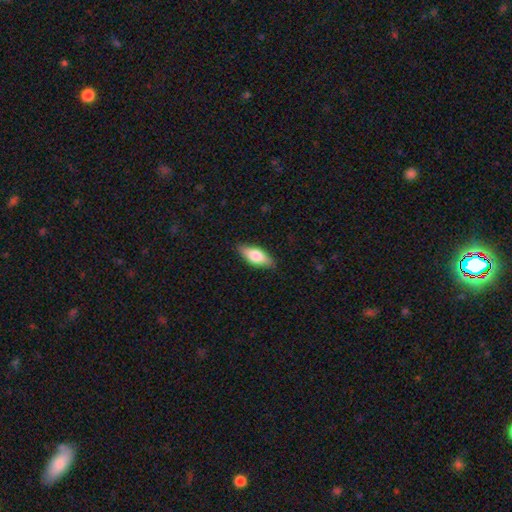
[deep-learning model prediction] Smooth or featured?
  - smooth: 72% *
  - featured or disk: 22%
  - star or artifact: 6%
How rounded?
  - in between: 76% *
  - cigar-shaped: 22%
  - round: 3%
Merging?
  - none: 85% *
  - minor disturbance: 12%
  - major disturbance: 2%
  - merger: 1%